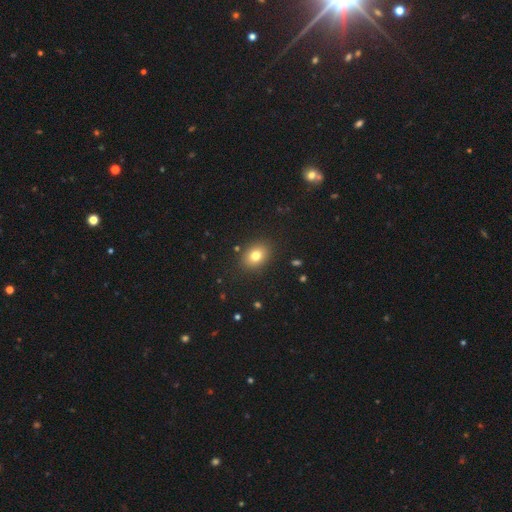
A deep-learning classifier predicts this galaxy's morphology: Q: Smooth or featured?
A: smooth (79%); runner-up: star or artifact (11%)
Q: How rounded?
A: in between (61%); runner-up: round (38%)
Q: Merging?
A: none (88%); runner-up: minor disturbance (8%)